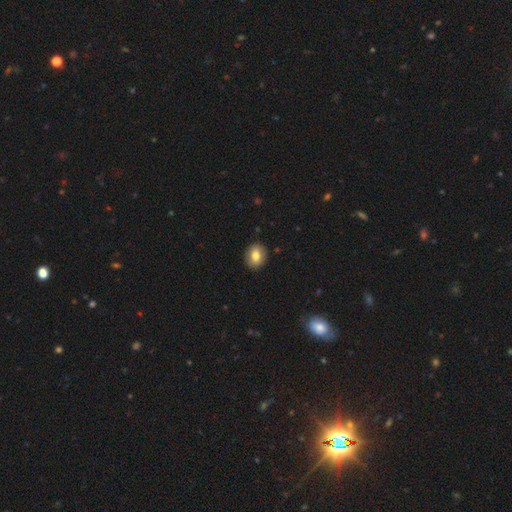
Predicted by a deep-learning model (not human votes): Smooth or featured? smooth (76%)
How rounded? round (51%)
Merging? none (89%)